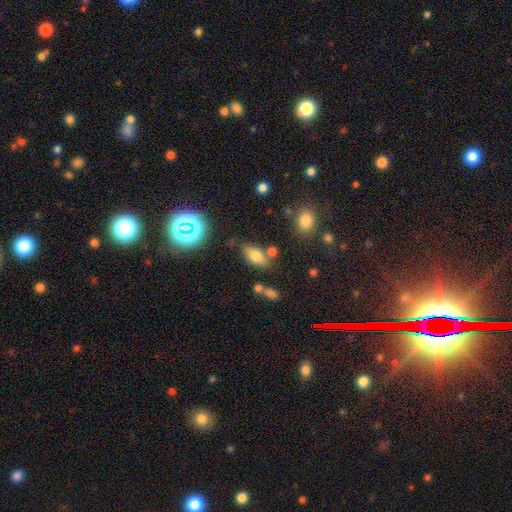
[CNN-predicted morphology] Smooth or featured? smooth (68%)
How rounded? in between (83%)
Merging? none (66%)